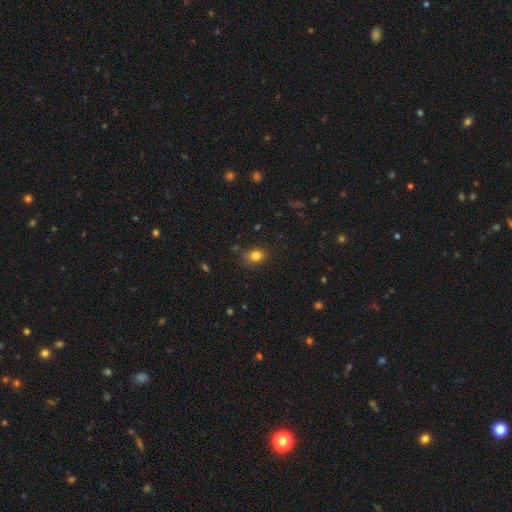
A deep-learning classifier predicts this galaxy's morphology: Smooth or featured: smooth — 81% (star or artifact — 12%)
How rounded: in between — 56% (round — 43%)
Merging: none — 75% (minor disturbance — 18%)